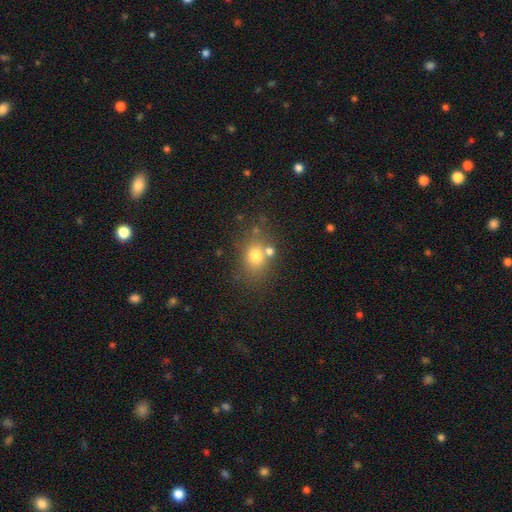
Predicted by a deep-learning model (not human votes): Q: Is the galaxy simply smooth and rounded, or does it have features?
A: smooth — 74%.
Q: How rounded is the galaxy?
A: round — 56%.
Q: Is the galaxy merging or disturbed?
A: none — 65%.